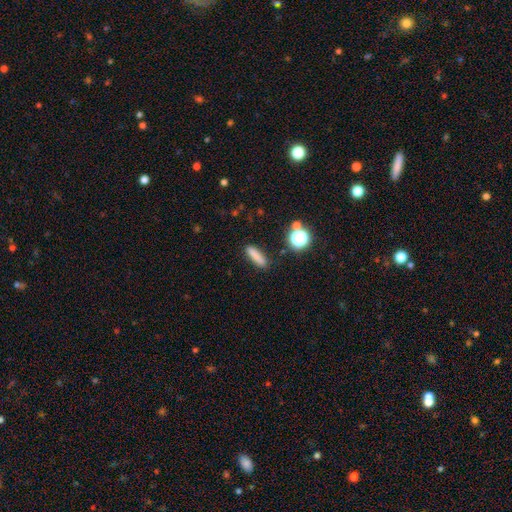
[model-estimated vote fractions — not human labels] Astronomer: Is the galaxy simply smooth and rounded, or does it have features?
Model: smooth — 80%.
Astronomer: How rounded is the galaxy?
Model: cigar-shaped — 77%.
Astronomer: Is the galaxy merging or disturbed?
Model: none — 87%.